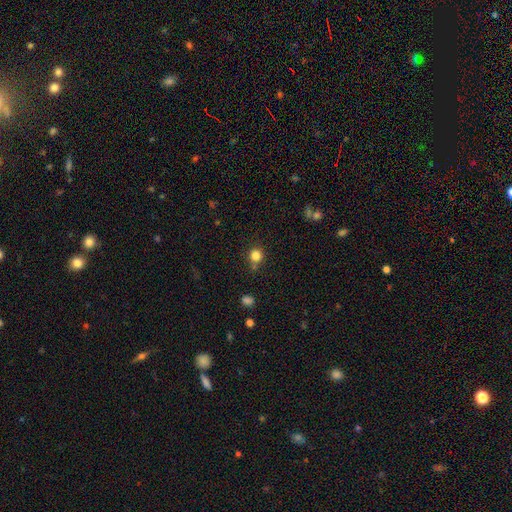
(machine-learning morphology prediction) A smooth galaxy with no disk features (82%) that is round (88%). Merging: none (74%).